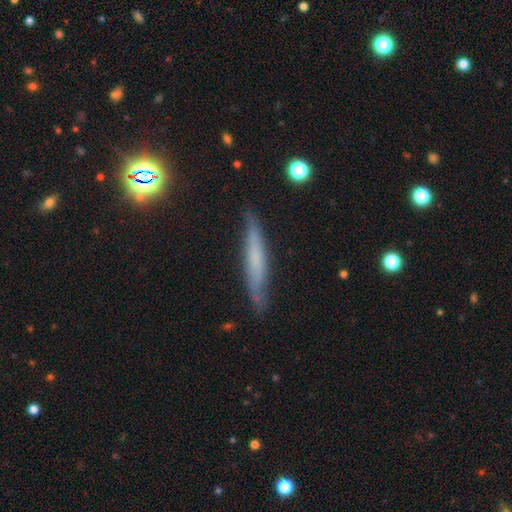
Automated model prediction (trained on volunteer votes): smooth-or-featured: smooth: 50% | featured or disk: 41% | star or artifact: 9%
  merging: none: 82% | minor disturbance: 14% | major disturbance: 3% | merger: 2%